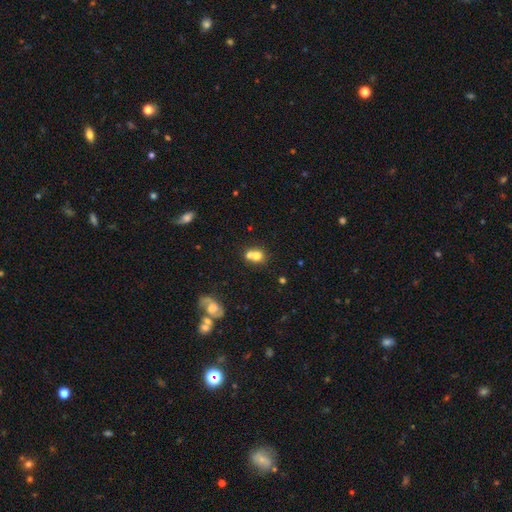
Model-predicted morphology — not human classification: Q: Smooth or featured?
A: smooth (71%); runner-up: featured or disk (17%)
Q: How rounded?
A: round (69%); runner-up: in between (30%)
Q: Merging?
A: merger (57%); runner-up: none (32%)